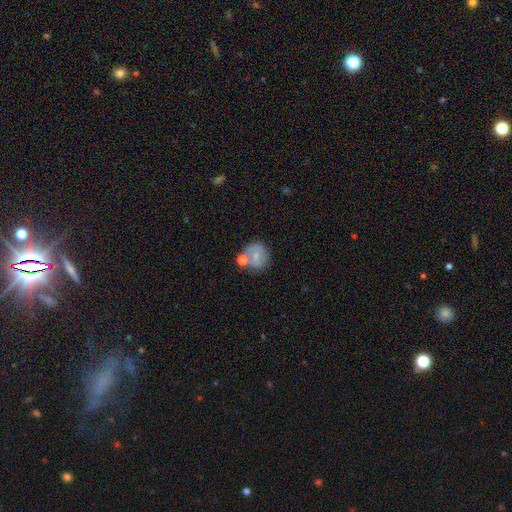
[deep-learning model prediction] Q: Smooth or featured?
A: smooth (63%); runner-up: featured or disk (27%)
Q: How rounded?
A: round (86%); runner-up: in between (13%)
Q: Merging?
A: none (57%); runner-up: merger (21%)